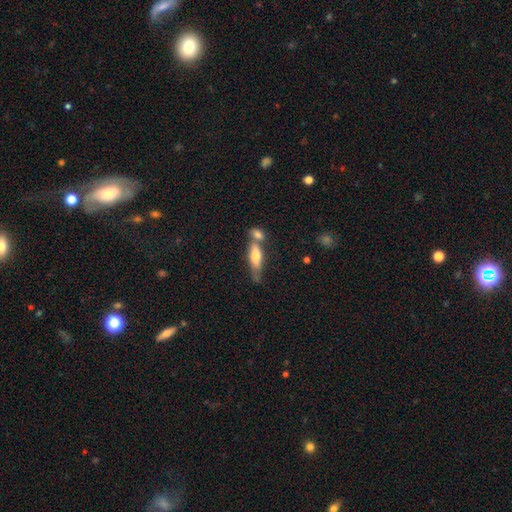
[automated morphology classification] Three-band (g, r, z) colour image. It shows a smooth galaxy with no disk features (62%) that is in between round and cigar-shaped (50%). Merging: merger (41%).